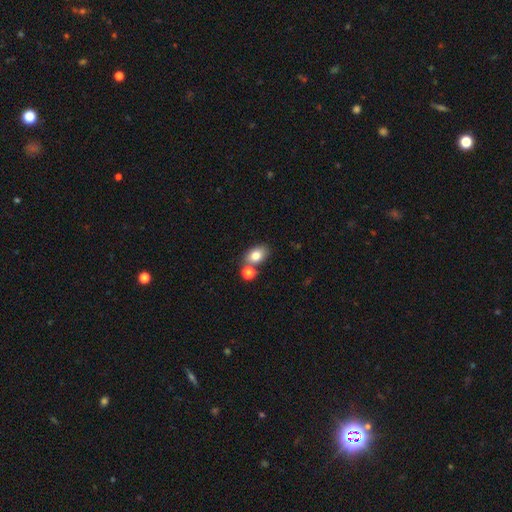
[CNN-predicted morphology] smooth-or-featured: smooth: 79% | featured or disk: 11% | star or artifact: 10%
  how-rounded: in between: 77% | round: 21% | cigar-shaped: 1%
  merging: none: 61% | merger: 24% | minor disturbance: 11% | major disturbance: 3%